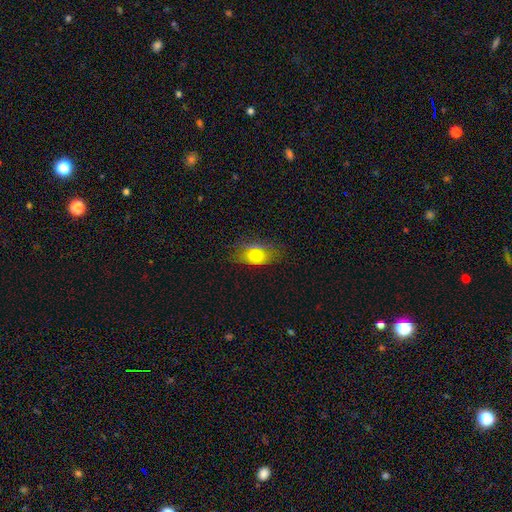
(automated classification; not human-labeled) A smooth galaxy with no disk features (67%) that is in between round and cigar-shaped (81%).

Vote fractions:
- Smooth or featured? smooth: 67% / featured or disk: 18% / star or artifact: 14%
- How rounded? in between: 81% / round: 14% / cigar-shaped: 5%
- Merging? none: 68% / minor disturbance: 22% / major disturbance: 8% / merger: 2%